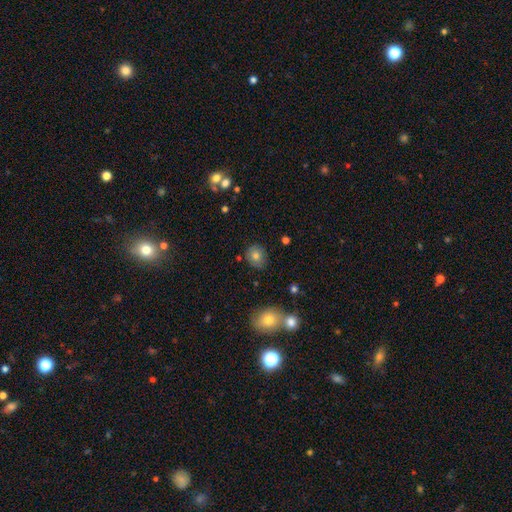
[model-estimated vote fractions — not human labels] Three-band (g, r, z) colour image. It shows a smooth galaxy with no disk features (77%) that is round (72%). Merging: none (80%).